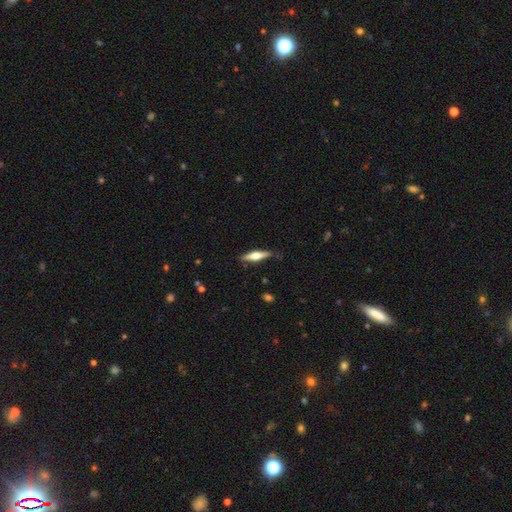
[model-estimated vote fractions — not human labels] This appears to be a featured or disk galaxy (54%) viewed edge-on (95%) with a rounded central bulge (90%). Merging: none (84%).